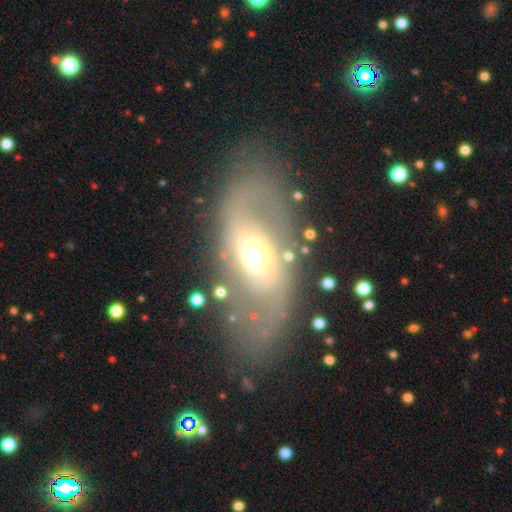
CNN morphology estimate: This is likely a featured or disk galaxy (62%). It is clearly not viewed edge-on (86%). Bar: likely no (72%). Spiral arm pattern: likely no (62%). Central bulge: possibly moderate (59%). Merging: likely none (68%).